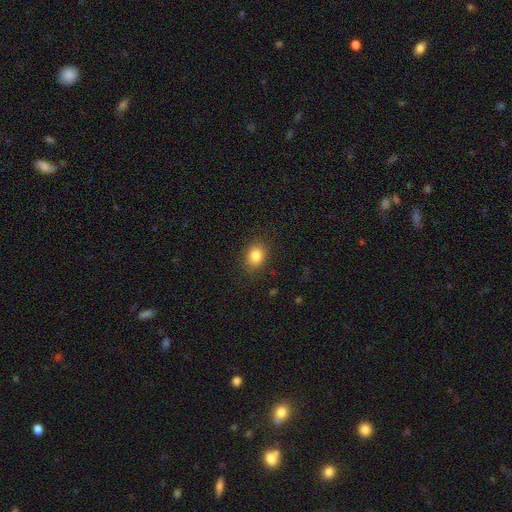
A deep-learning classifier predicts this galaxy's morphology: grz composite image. It shows a smooth galaxy with no disk features (85%) that is in between round and cigar-shaped (56%). Merging: none (86%).